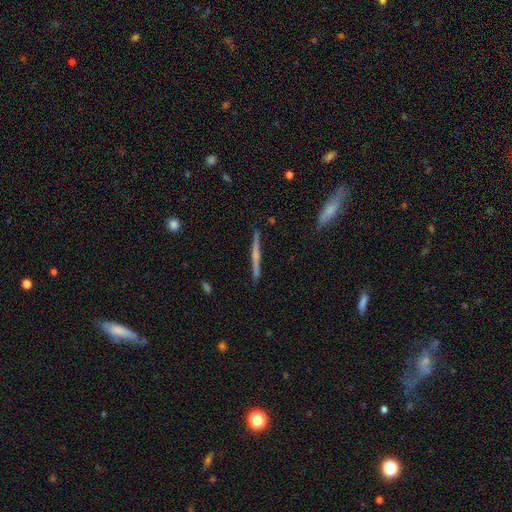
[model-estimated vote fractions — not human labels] Q: Smooth or featured?
A: featured or disk (58%); runner-up: smooth (35%)
Q: Edge-on disk?
A: yes (97%); runner-up: no (3%)
Q: Edge-on bulge?
A: none (49%); runner-up: rounded (41%)
Q: Merging?
A: none (90%); runner-up: minor disturbance (7%)